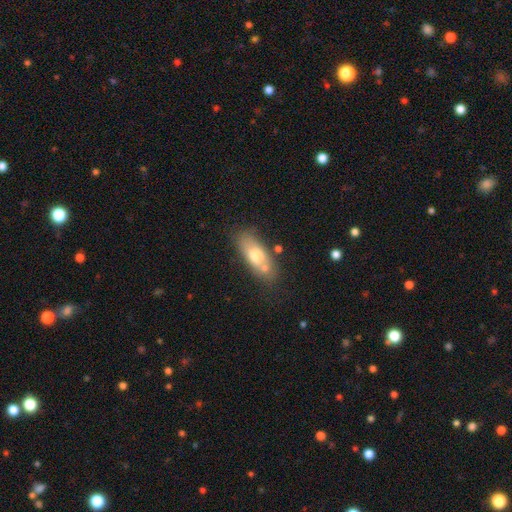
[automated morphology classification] smooth_or_featured: smooth (p=0.66) [alt: featured or disk p=0.27]
how_rounded: in between (p=0.71) [alt: cigar-shaped p=0.25]
merging: none (p=0.61) [alt: minor disturbance p=0.18]